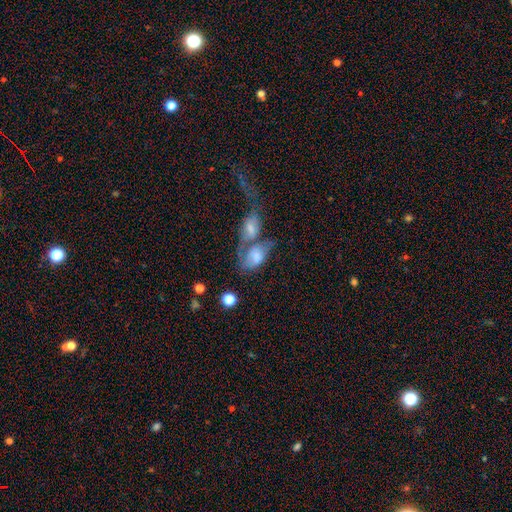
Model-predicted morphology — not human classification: Overall: smooth (47%; featured or disk 42%). Merging: merger (66%).